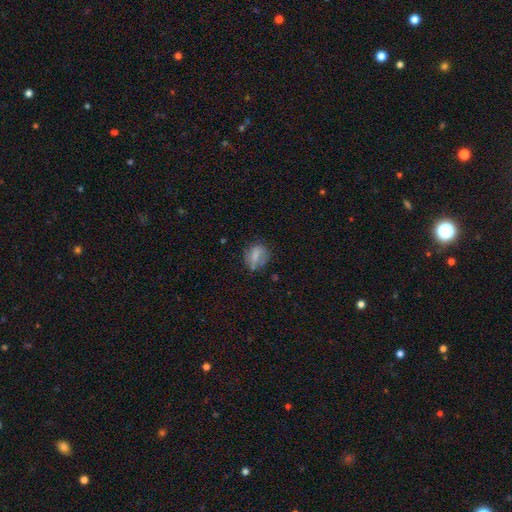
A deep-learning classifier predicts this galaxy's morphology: Overall: smooth (68%). How rounded: round (51%; in between 46%). Merging: none (61%; minor disturbance 25%).